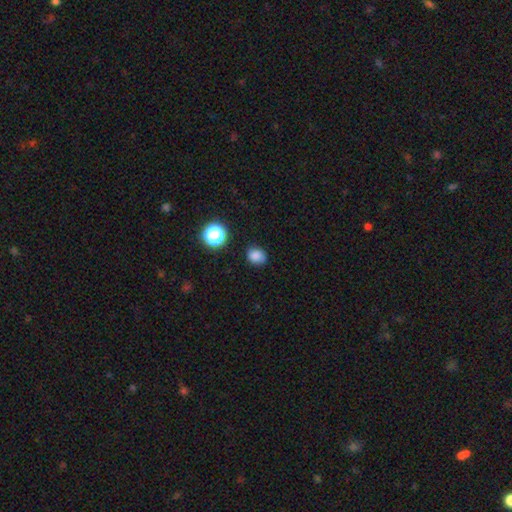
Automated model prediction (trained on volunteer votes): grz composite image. It shows a smooth galaxy with no disk features (81%) that is round (63%). Merging: none (80%).